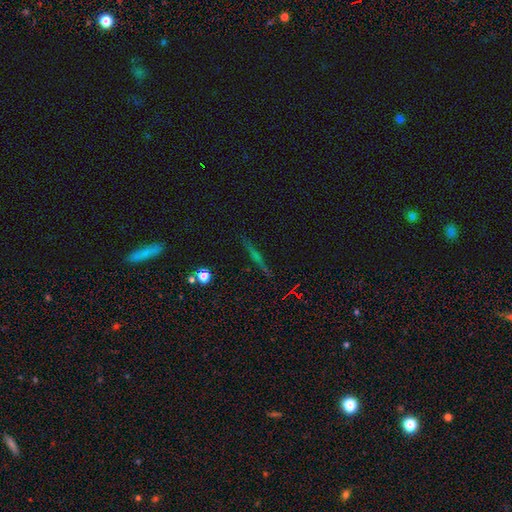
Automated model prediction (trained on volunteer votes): smooth_or_featured: featured or disk (p=0.55) [alt: smooth p=0.26]
disk_edge_on: yes (p=0.95) [alt: no p=0.05]
edge_on_bulge: none (p=0.53) [alt: rounded p=0.34]
merging: none (p=0.89) [alt: minor disturbance p=0.07]